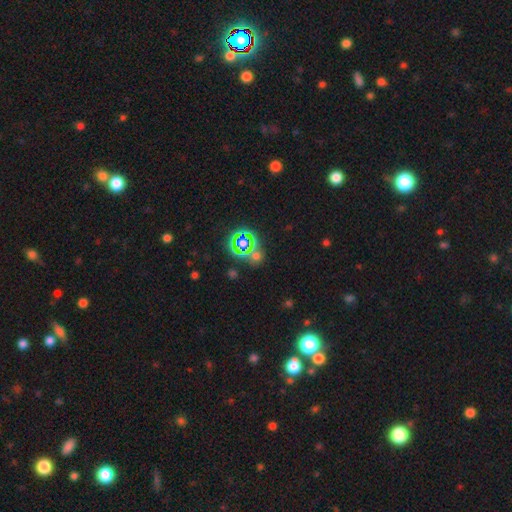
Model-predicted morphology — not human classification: A star or artifact, not a galaxy (56%).